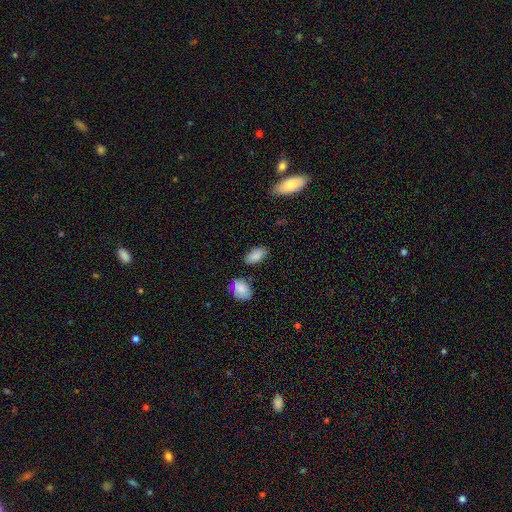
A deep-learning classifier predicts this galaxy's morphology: Smooth or featured? smooth (86%)
How rounded? in between (93%)
Merging? none (79%)